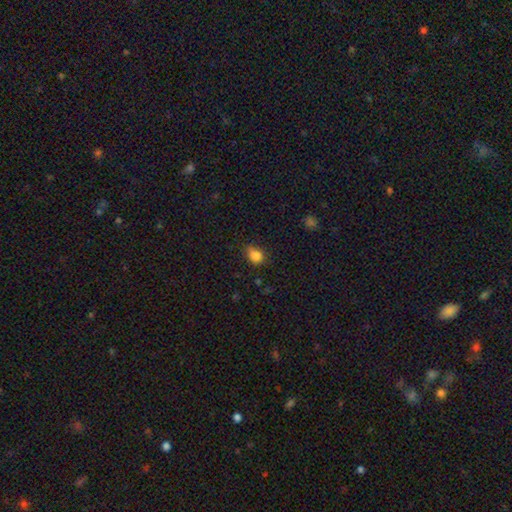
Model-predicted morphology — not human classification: Overall: smooth (83%). How rounded: in between (54%; round 45%). Merging: none (59%; minor disturbance 31%).